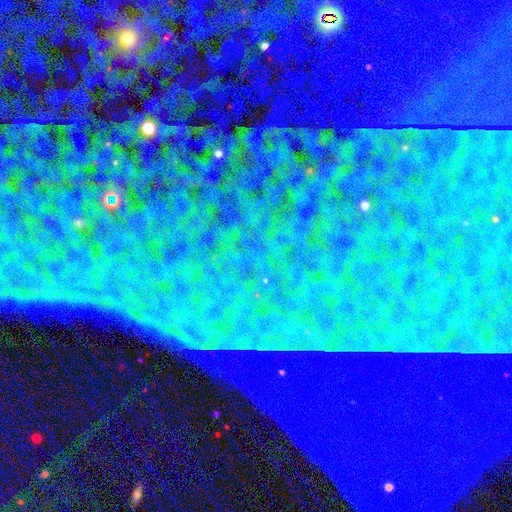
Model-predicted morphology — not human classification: Smooth or featured? Predicted: star or artifact (p=0.86).